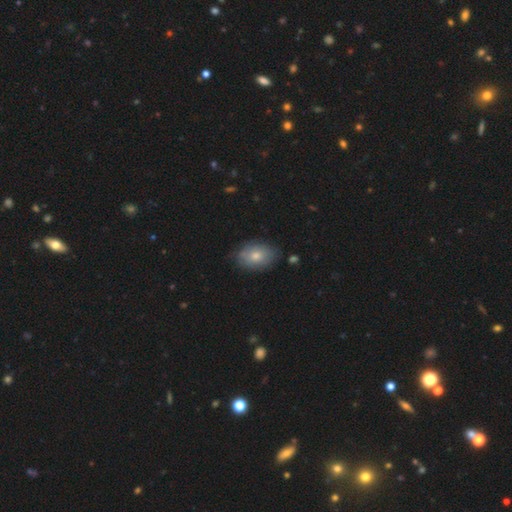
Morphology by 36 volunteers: Smooth or featured: smooth — 81% (featured or disk — 17%)
How rounded: in between — 86% (round — 14%)
Merging: none — 80% (minor disturbance — 11%)